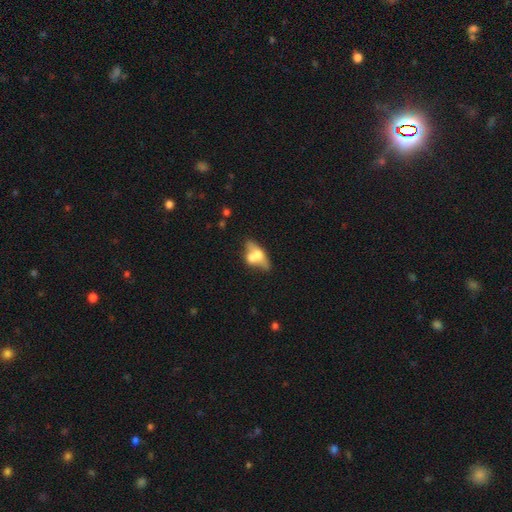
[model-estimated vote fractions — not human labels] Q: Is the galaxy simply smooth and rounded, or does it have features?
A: smooth — 47%.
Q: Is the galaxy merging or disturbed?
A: merger — 48%.